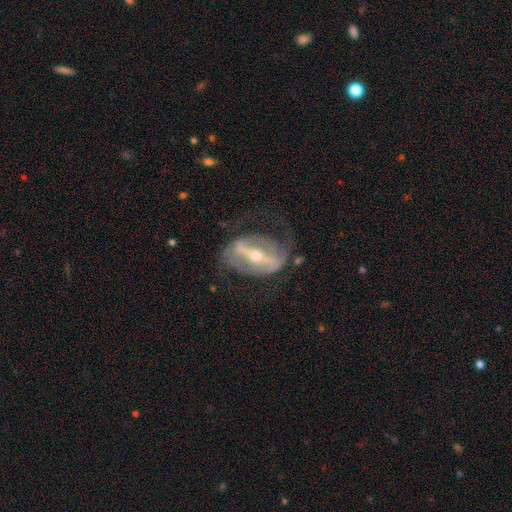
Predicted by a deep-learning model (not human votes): A featured or disk galaxy (85%) with a strong bar (77%), 2 (73%) medium (42%) spiral arms (71%) and a small central bulge (54%).

Vote fractions:
- Smooth or featured? featured or disk: 85% / smooth: 9% / star or artifact: 6%
- Edge-on disk? no: 89% / yes: 11%
- Bar? strong: 77% / weak: 16% / no: 7%
- Spiral arms? yes: 71% / no: 29%
- Spiral winding? medium: 42% / loose: 33% / tight: 26%
- Spiral arm count? 2: 73% / can't tell: 15% / 1: 7% / 3: 2% / 4: 1% / more than 4: 1%
- Bulge size? small: 54% / moderate: 42% / large: 2% / dominant: 1% / none: 1%
- Merging? none: 51% / major disturbance: 28% / minor disturbance: 20% / merger: 2%